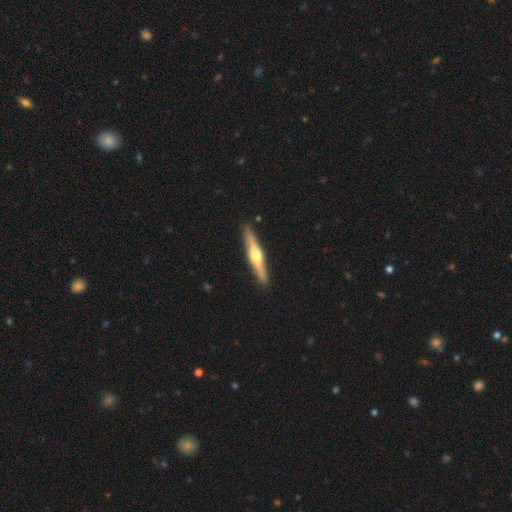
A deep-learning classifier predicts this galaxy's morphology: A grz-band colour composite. It shows a featured or disk galaxy (67%) viewed edge-on (97%) with a rounded central bulge (93%). Merging: none (91%).